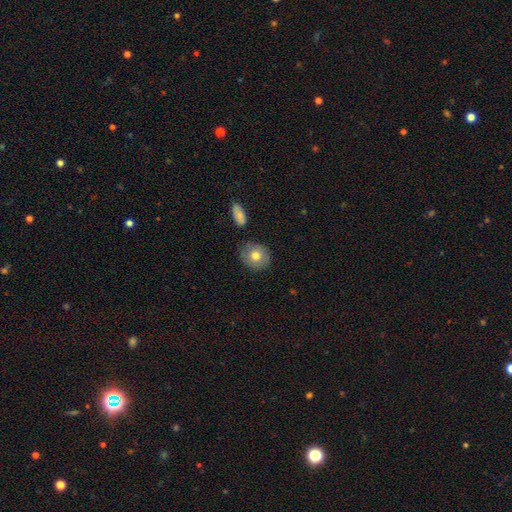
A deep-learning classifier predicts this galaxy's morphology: smooth-or-featured: smooth: 75% | featured or disk: 18% | star or artifact: 8%
  how-rounded: round: 77% | in between: 22% | cigar-shaped: 1%
  merging: none: 81% | minor disturbance: 12% | merger: 3% | major disturbance: 3%